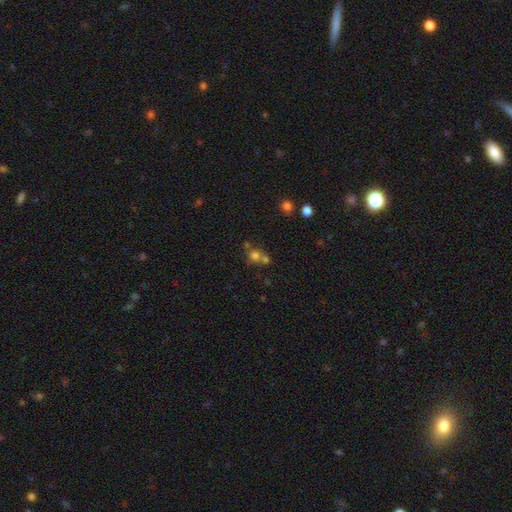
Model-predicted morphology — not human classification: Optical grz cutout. It shows a smooth galaxy with no disk features (67%) that is round (83%). Merging: merger (46%).